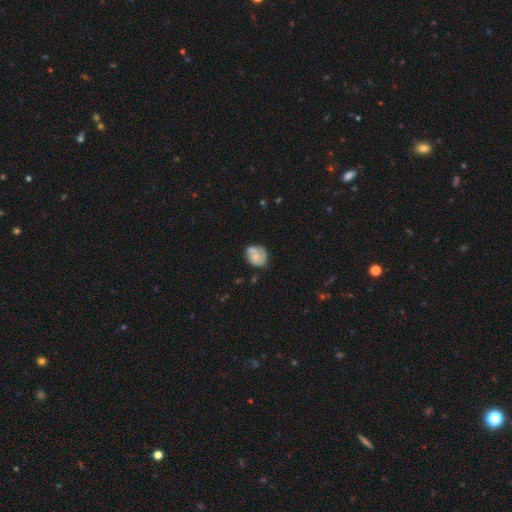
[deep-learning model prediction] The model was most divided on "smooth or featured": smooth: 50%, featured or disk: 43%, star or artifact: 7%. Remaining: merging — none (47%).